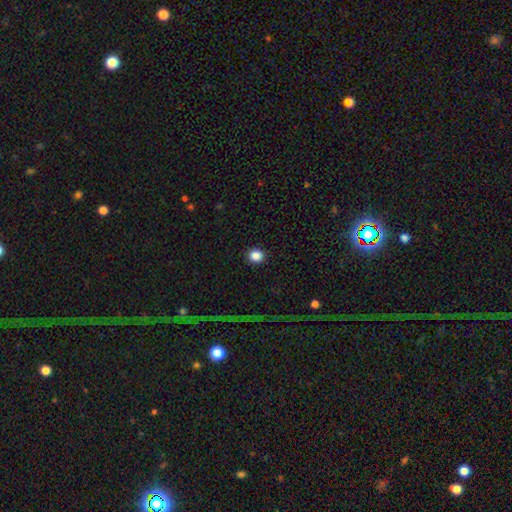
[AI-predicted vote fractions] Overall: smooth (85%). How rounded: round (91%). Merging: none (93%).